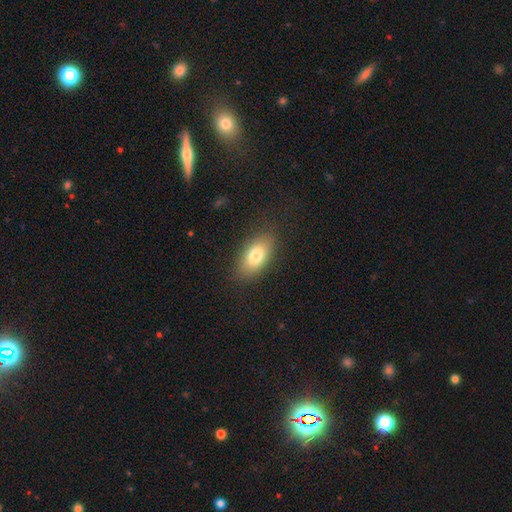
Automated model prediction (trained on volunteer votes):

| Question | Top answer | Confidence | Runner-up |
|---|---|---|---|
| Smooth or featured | smooth | 79% | featured or disk (13%) |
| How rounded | in between | 89% | round (6%) |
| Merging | none | 84% | minor disturbance (11%) |